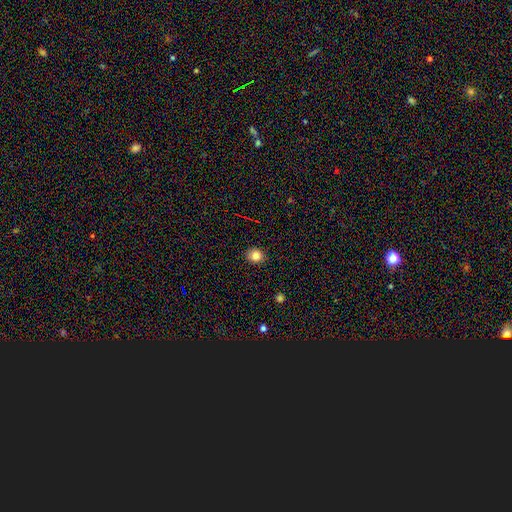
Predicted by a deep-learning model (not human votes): smooth_or_featured: smooth (p=0.83) [alt: star or artifact p=0.11]
how_rounded: round (p=0.73) [alt: in between p=0.26]
merging: none (p=0.90) [alt: minor disturbance p=0.07]